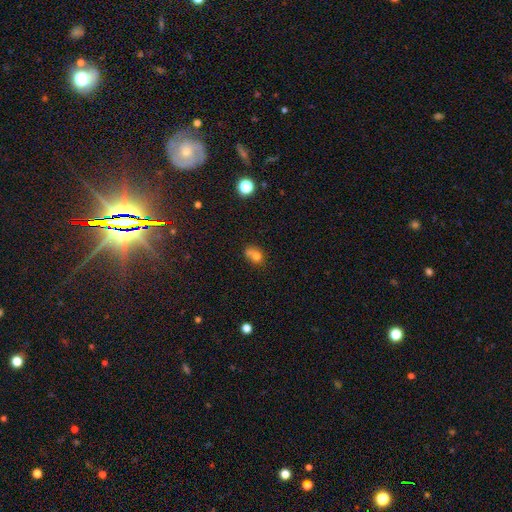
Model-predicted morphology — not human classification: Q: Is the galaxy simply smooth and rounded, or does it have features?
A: smooth — 71%.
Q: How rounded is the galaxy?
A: round — 57%.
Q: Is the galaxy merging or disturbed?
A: merger — 43%.